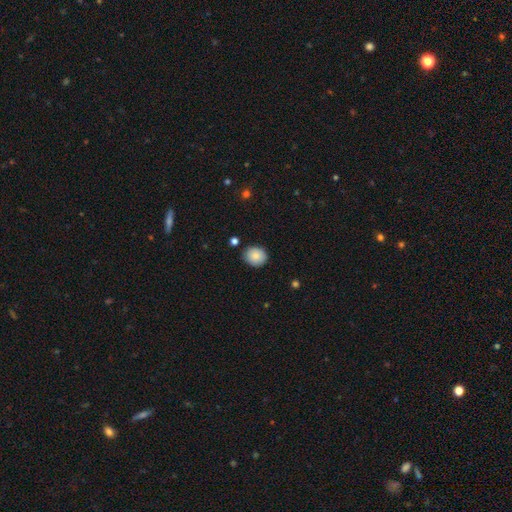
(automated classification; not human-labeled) A smooth galaxy with no disk features (86%) that is round (70%). Merging: none (85%).